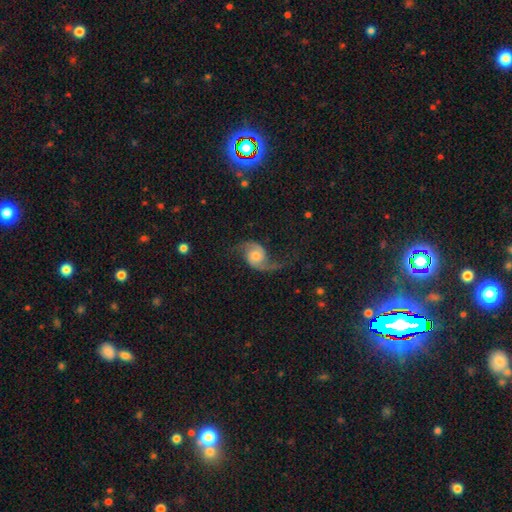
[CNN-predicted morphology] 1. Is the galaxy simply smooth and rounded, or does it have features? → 85% featured or disk, 9% smooth, 6% star or artifact.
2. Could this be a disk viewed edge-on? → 97% no, 3% yes.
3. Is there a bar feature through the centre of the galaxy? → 66% no, 28% weak, 6% strong.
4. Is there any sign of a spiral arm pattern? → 97% yes, 3% no.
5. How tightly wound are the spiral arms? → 67% loose, 27% medium, 6% tight.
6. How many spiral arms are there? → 92% 2, 3% 1, 2% can't tell, 1% 3, 1% 4, 1% more than 4.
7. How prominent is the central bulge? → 47% moderate, 33% small, 10% large, 7% none, 2% dominant.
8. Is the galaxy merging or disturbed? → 66% none, 18% minor disturbance, 15% major disturbance, 2% merger.